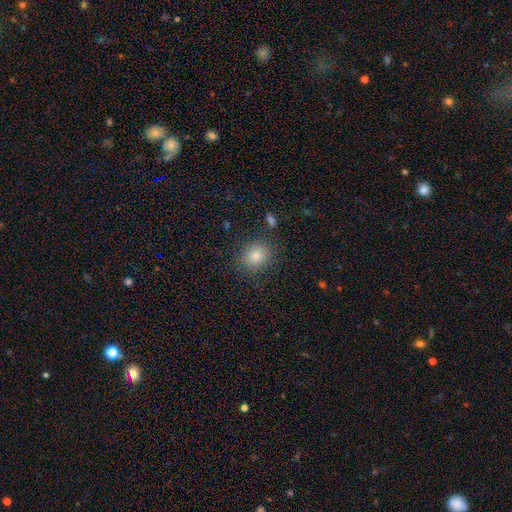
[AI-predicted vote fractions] Q: Smooth or featured?
A: smooth (81%); runner-up: star or artifact (12%)
Q: How rounded?
A: round (57%); runner-up: in between (42%)
Q: Merging?
A: none (86%); runner-up: minor disturbance (9%)